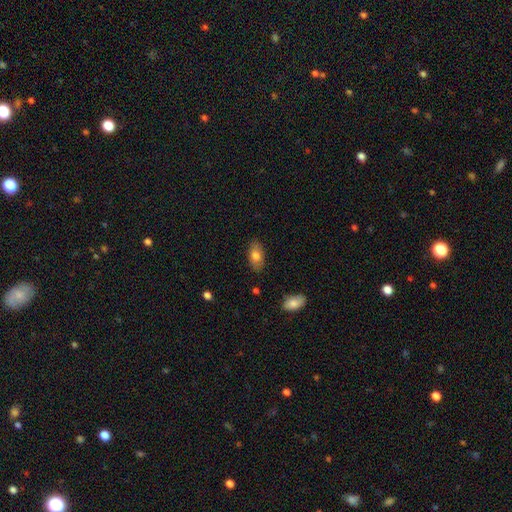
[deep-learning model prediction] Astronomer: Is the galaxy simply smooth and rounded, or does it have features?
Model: smooth — 78%.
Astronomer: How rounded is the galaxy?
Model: in between — 92%.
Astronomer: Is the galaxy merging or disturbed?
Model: none — 85%.